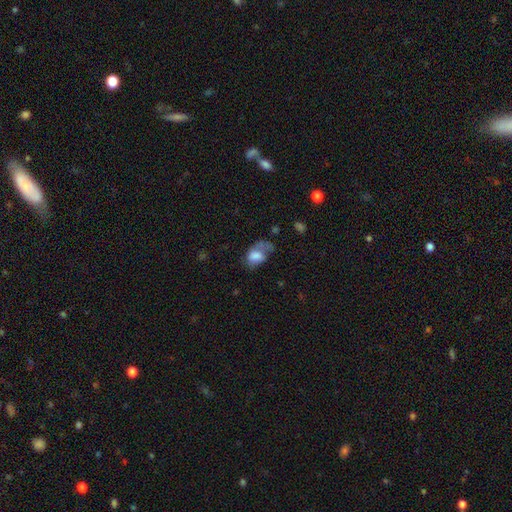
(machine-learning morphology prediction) Q: Smooth or featured?
A: smooth (68%); runner-up: featured or disk (23%)
Q: How rounded?
A: in between (83%); runner-up: round (16%)
Q: Merging?
A: major disturbance (43%); runner-up: minor disturbance (27%)